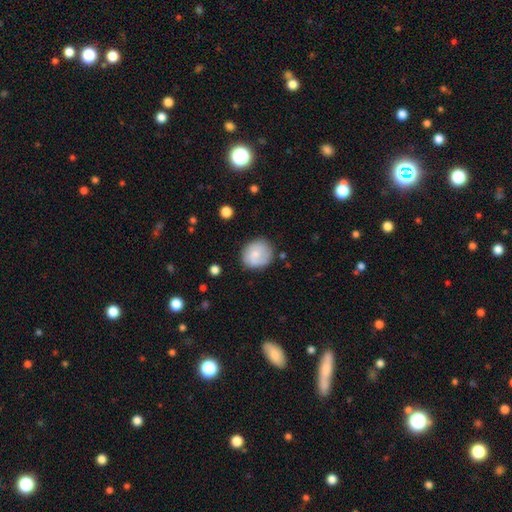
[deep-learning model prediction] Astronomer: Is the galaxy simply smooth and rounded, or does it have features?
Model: smooth — 69%.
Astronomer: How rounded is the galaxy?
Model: round — 80%.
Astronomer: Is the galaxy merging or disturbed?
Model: none — 76%.